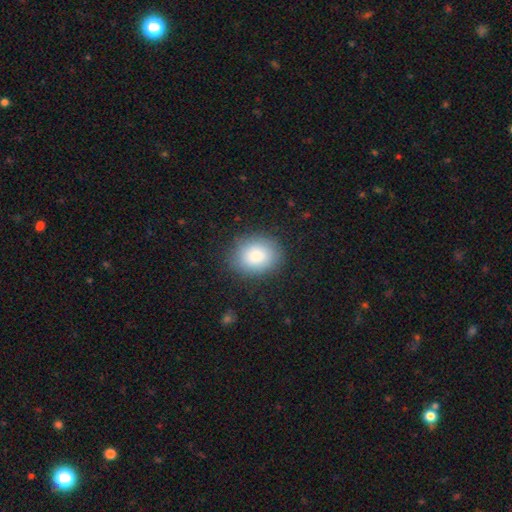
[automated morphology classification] Q: Smooth or featured?
A: smooth (85%); runner-up: star or artifact (8%)
Q: How rounded?
A: round (52%); runner-up: in between (47%)
Q: Merging?
A: none (85%); runner-up: minor disturbance (11%)